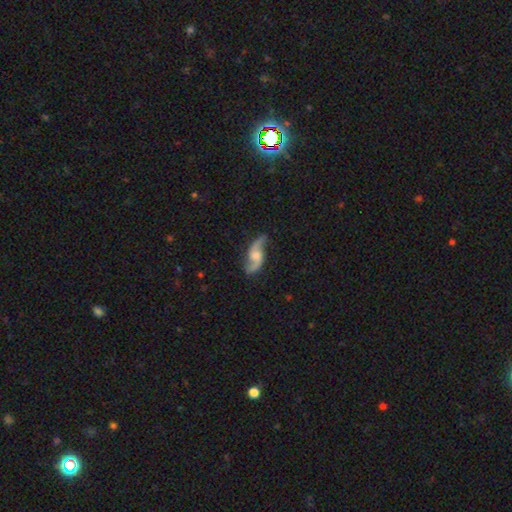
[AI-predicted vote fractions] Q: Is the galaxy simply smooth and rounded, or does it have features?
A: featured or disk — 85%.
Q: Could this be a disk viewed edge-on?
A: no — 95%.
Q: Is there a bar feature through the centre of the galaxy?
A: no — 55%.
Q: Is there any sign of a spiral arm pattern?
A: yes — 96%.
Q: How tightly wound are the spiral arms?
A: loose — 79%.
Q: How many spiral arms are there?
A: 2 — 94%.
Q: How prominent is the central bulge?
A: moderate — 39%.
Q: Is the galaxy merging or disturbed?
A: none — 78%.